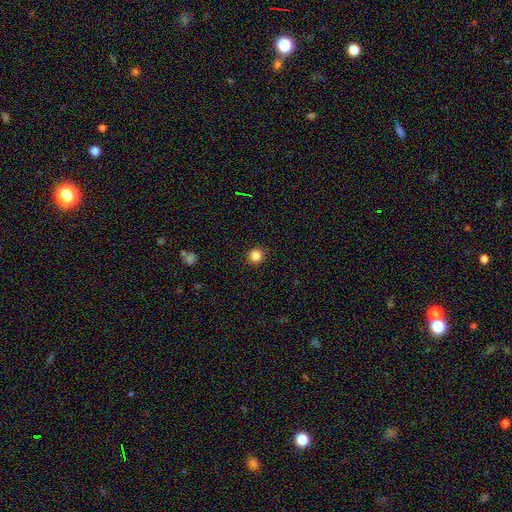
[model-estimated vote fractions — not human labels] smooth 85%, star or artifact 12%, featured or disk 4%. Down the decision tree: how rounded — round (94%); merging — none (93%).